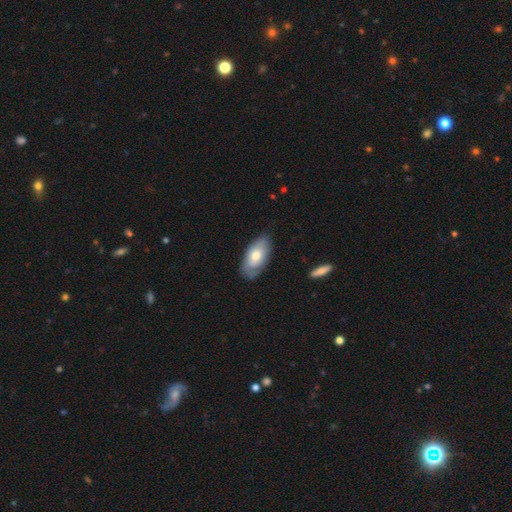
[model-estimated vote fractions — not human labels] Q: Smooth or featured?
A: smooth (58%); runner-up: featured or disk (37%)
Q: How rounded?
A: in between (93%); runner-up: cigar-shaped (3%)
Q: Merging?
A: none (72%); runner-up: minor disturbance (22%)